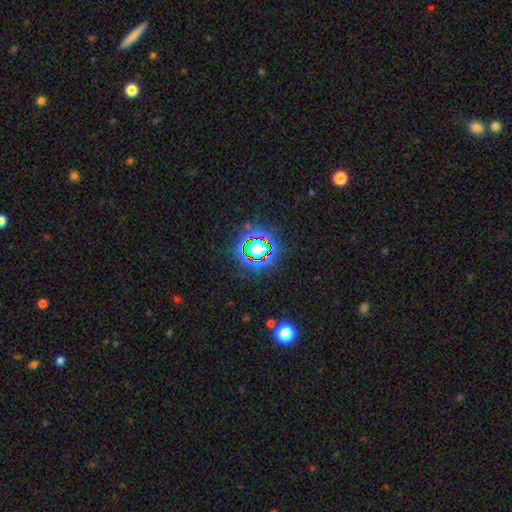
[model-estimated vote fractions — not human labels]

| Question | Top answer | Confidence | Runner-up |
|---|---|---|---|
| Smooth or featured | star or artifact | 71% | smooth (19%) |